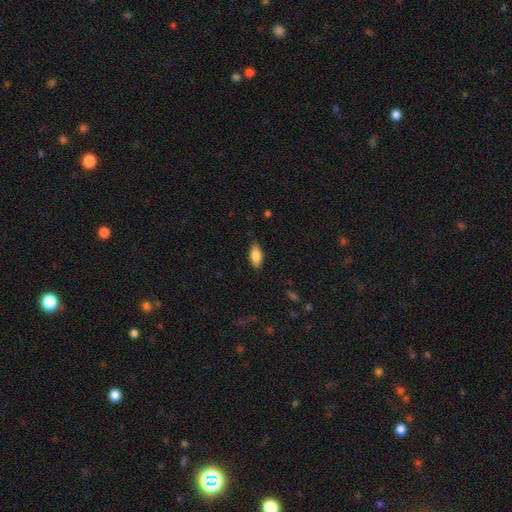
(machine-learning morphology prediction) Smooth or featured? Predicted: smooth (p=0.84). How rounded? Predicted: in between (p=0.86). Merging? Predicted: none (p=0.84).